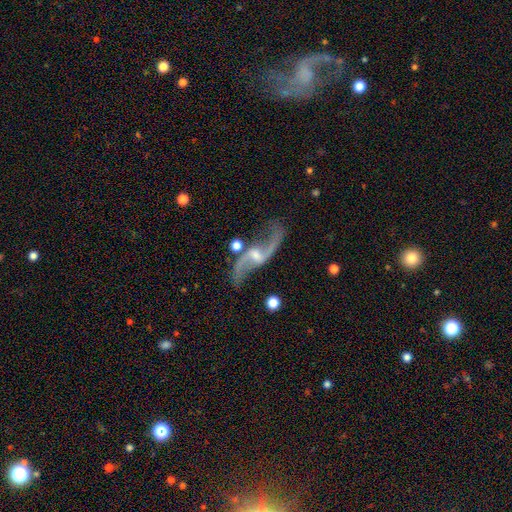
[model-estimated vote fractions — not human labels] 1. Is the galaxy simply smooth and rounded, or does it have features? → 91% featured or disk, 5% star or artifact, 4% smooth.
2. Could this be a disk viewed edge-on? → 94% no, 6% yes.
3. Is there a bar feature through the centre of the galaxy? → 49% weak, 31% no, 20% strong.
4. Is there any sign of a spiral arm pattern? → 97% yes, 3% no.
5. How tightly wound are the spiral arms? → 88% loose, 10% medium, 3% tight.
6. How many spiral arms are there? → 94% 2, 2% 1, 1% can't tell, 1% 3, 1% 4, 1% more than 4.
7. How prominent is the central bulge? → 53% small, 33% moderate, 10% none, 3% large, 1% dominant.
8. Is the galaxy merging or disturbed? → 73% none, 14% minor disturbance, 8% major disturbance, 6% merger.